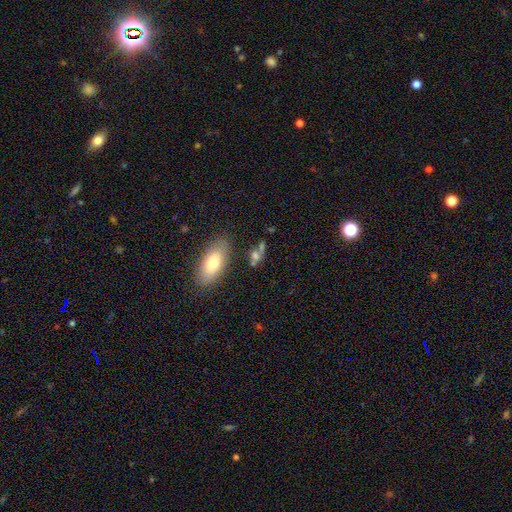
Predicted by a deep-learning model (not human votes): Smooth or featured?
  - smooth: 66% *
  - featured or disk: 19%
  - star or artifact: 15%
How rounded?
  - in between: 65% *
  - round: 23%
  - cigar-shaped: 12%
Merging?
  - none: 63% *
  - merger: 17%
  - minor disturbance: 13%
  - major disturbance: 7%